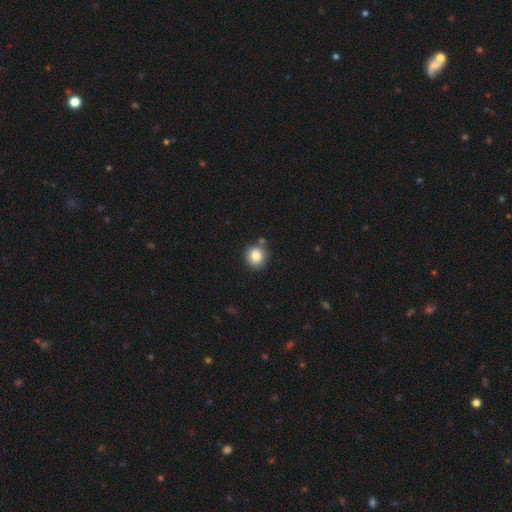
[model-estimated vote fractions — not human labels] smooth-or-featured: smooth: 85% | star or artifact: 9% | featured or disk: 6%
  how-rounded: round: 87% | in between: 12% | cigar-shaped: 1%
  merging: none: 78% | minor disturbance: 12% | merger: 7% | major disturbance: 3%